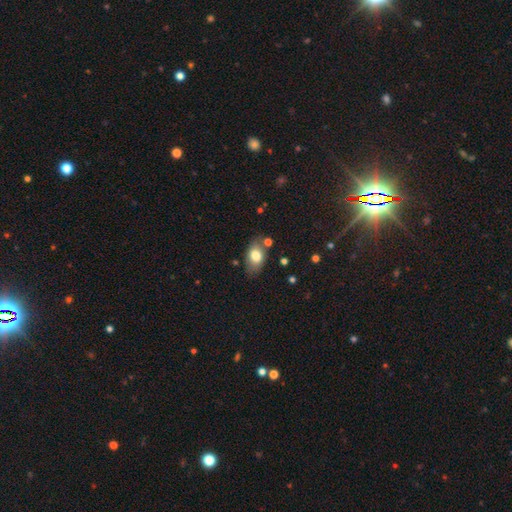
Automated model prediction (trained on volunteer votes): Smooth or featured: smooth — 76% (featured or disk — 16%)
How rounded: in between — 89% (round — 9%)
Merging: none — 74% (minor disturbance — 16%)